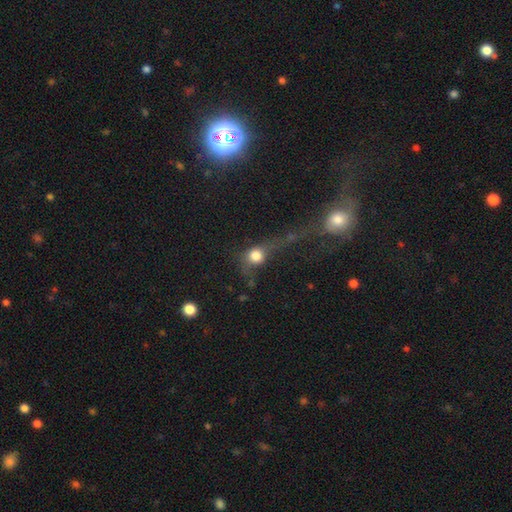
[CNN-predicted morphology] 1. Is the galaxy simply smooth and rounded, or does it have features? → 67% smooth, 17% featured or disk, 16% star or artifact.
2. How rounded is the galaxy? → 70% round, 25% in between, 5% cigar-shaped.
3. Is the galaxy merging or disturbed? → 38% major disturbance, 30% none, 17% minor disturbance, 15% merger.